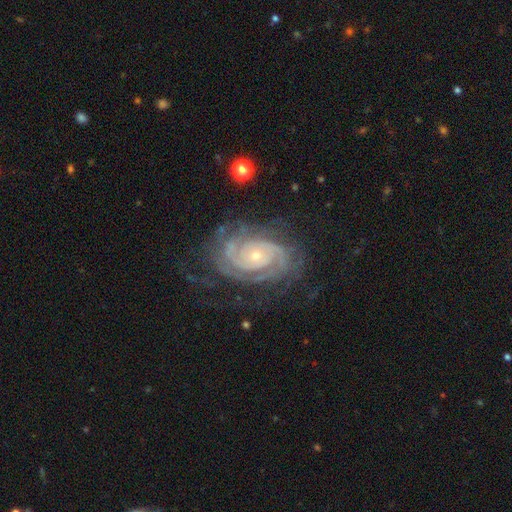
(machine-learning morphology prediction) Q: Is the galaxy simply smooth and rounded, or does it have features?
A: featured or disk — 90%.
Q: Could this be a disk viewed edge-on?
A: no — 97%.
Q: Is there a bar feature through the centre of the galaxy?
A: no — 76%.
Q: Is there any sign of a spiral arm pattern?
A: yes — 98%.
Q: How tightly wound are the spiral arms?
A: tight — 78%.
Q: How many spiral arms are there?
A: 2 — 50%.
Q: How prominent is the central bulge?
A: small — 75%.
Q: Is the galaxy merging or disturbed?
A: none — 71%.